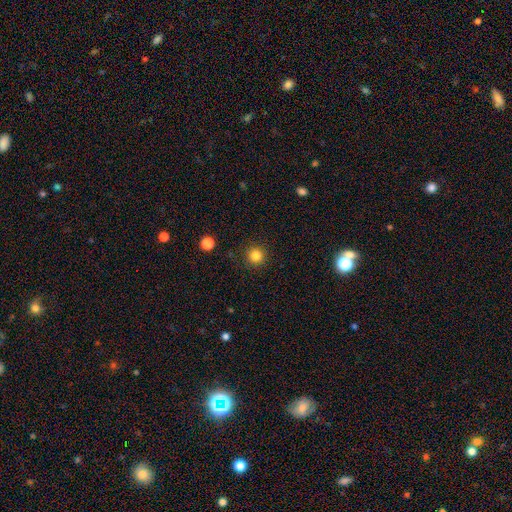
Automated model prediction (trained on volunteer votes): Overall: smooth (84%). How rounded: round (96%). Merging: none (92%).